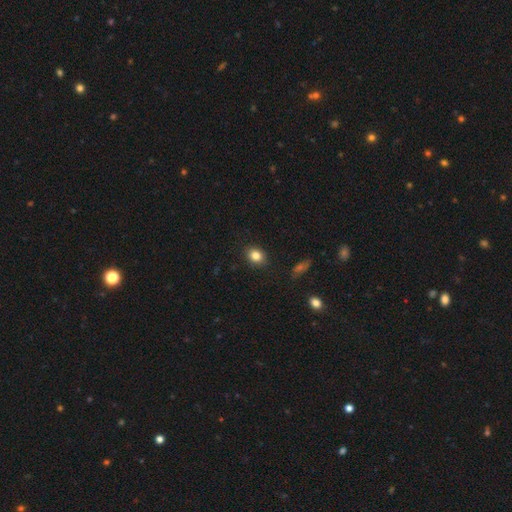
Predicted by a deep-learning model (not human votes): Smooth or featured? smooth (83%)
How rounded? in between (53%)
Merging? none (89%)